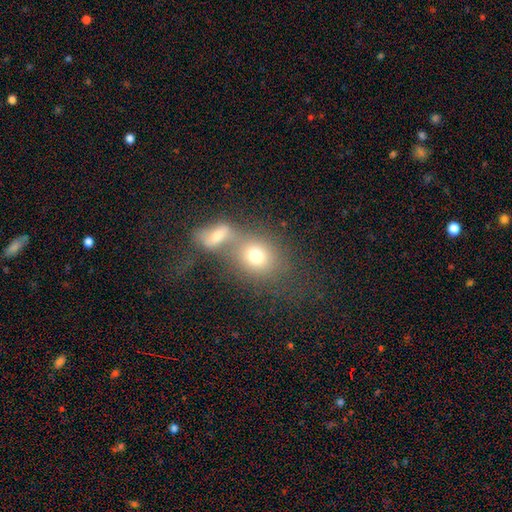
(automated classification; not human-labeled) This is likely a smooth galaxy (71%). How rounded: possibly round (58%). Merging: possibly merger (54%).